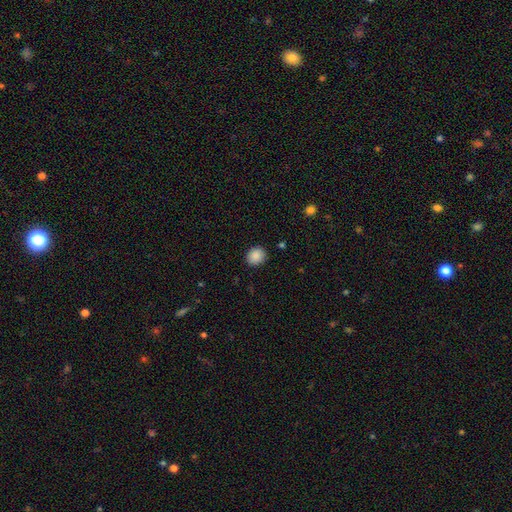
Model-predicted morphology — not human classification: Smooth or featured?
  - smooth: 89% *
  - star or artifact: 8%
  - featured or disk: 3%
How rounded?
  - round: 71% *
  - in between: 28%
  - cigar-shaped: 1%
Merging?
  - none: 88% *
  - minor disturbance: 8%
  - major disturbance: 2%
  - merger: 1%